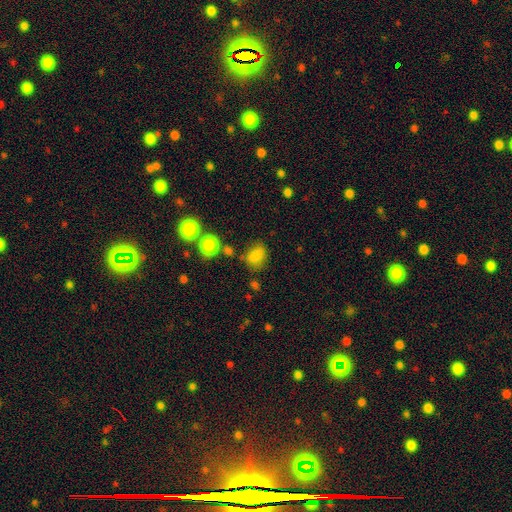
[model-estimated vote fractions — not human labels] Smooth or featured: smooth — 79% (star or artifact — 14%)
How rounded: in between — 59% (round — 39%)
Merging: none — 67% (minor disturbance — 20%)